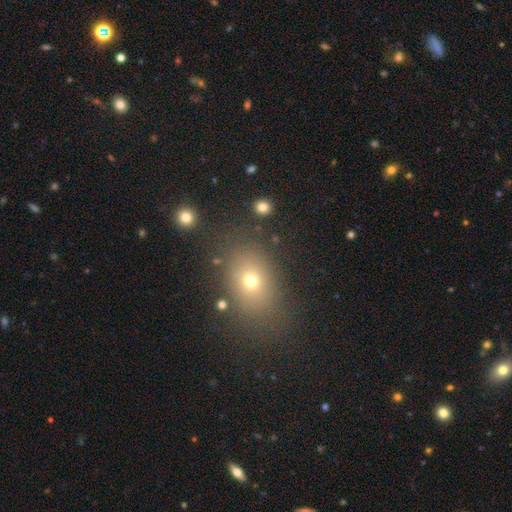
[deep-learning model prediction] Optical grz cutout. It shows a smooth galaxy with no disk features (63%) that is in between round and cigar-shaped (64%). Merging: none (84%).